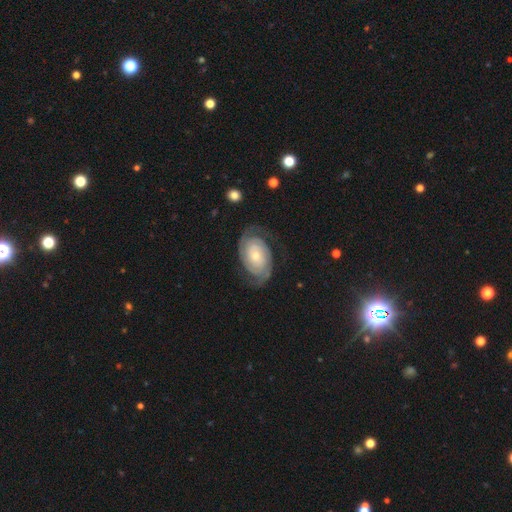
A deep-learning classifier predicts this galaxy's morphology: Smooth or featured? featured or disk (87%)
Edge-on disk? no (97%)
Bar? no (75%)
Spiral arms? yes (97%)
Spiral winding? tight (70%)
Spiral arm count? 2 (82%)
Bulge size? small (52%)
Merging? none (74%)